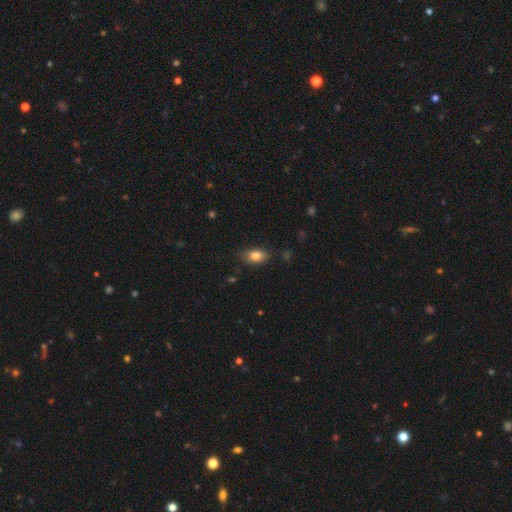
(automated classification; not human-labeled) This is clearly a smooth galaxy (82%). How rounded: clearly in between (85%). Merging: likely none (76%).